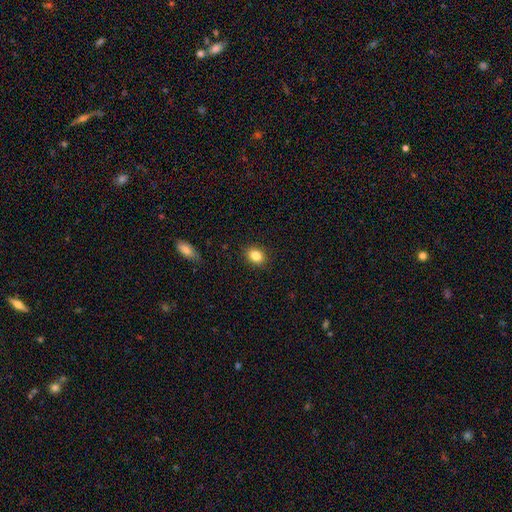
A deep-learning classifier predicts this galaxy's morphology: smooth-or-featured: smooth: 85% | star or artifact: 9% | featured or disk: 6%
  how-rounded: in between: 64% | round: 35% | cigar-shaped: 1%
  merging: none: 88% | minor disturbance: 9% | major disturbance: 2% | merger: 1%